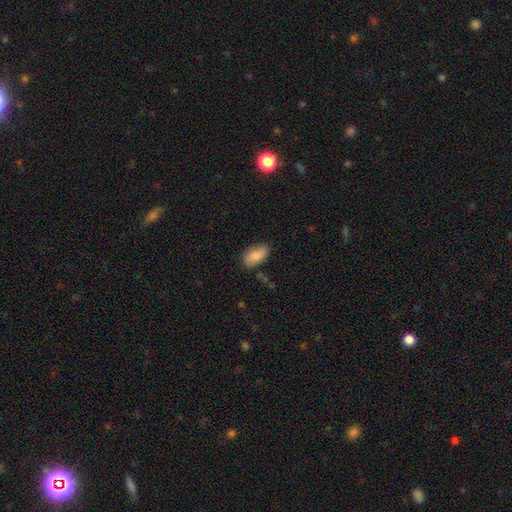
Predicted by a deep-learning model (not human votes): Smooth or featured: smooth — 83% (featured or disk — 10%)
How rounded: in between — 93% (round — 4%)
Merging: none — 77% (minor disturbance — 17%)